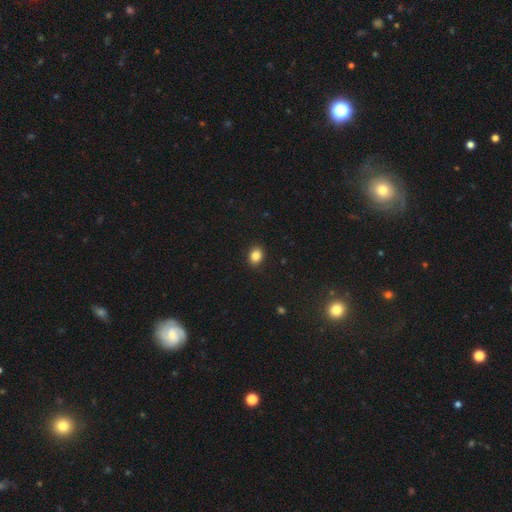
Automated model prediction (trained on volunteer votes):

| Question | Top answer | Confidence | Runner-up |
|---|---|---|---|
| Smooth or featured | smooth | 85% | star or artifact (10%) |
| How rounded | in between | 50% | round (49%) |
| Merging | none | 91% | minor disturbance (7%) |